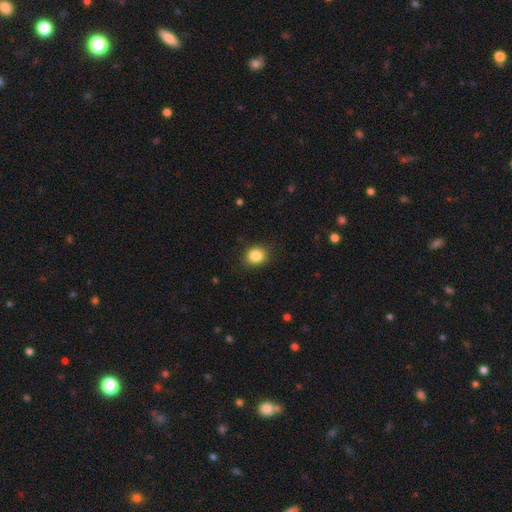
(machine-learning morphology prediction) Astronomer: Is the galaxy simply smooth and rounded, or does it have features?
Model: smooth — 85%.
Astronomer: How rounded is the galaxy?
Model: round — 73%.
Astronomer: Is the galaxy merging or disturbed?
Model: none — 86%.